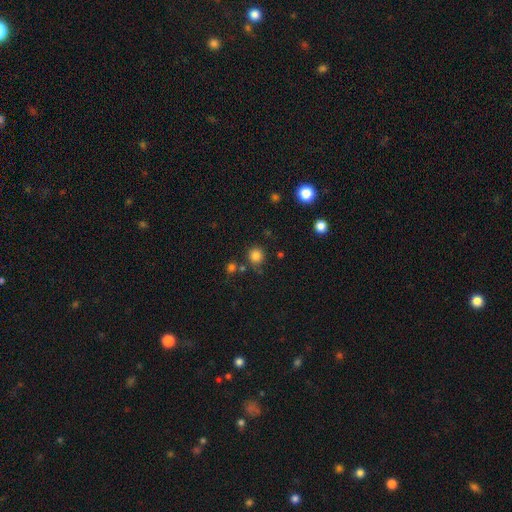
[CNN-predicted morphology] type=smooth (82%); roundness=round (91%); merging=none (81%).